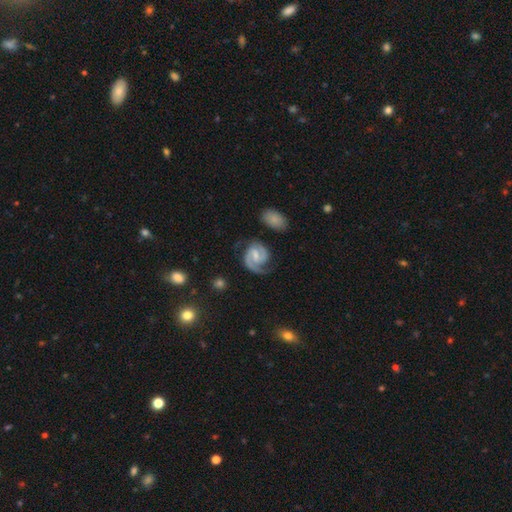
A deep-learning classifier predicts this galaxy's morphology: Smooth or featured: featured or disk — 88% (smooth — 8%)
Edge-on disk: no — 98% (yes — 2%)
Bar: weak — 51% (no — 31%)
Spiral arms: yes — 98% (no — 2%)
Spiral winding: medium — 49% (tight — 41%)
Spiral arm count: 2 — 84% (1 — 7%)
Bulge size: small — 50% (moderate — 33%)
Merging: none — 70% (minor disturbance — 18%)